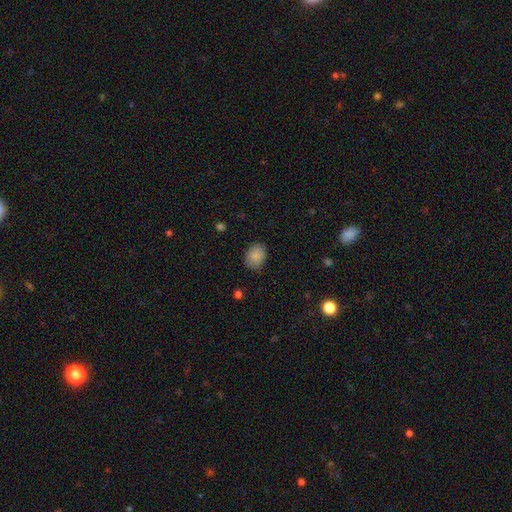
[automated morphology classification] Overall: smooth (87%). How rounded: in between (63%; round 36%). Merging: none (82%).